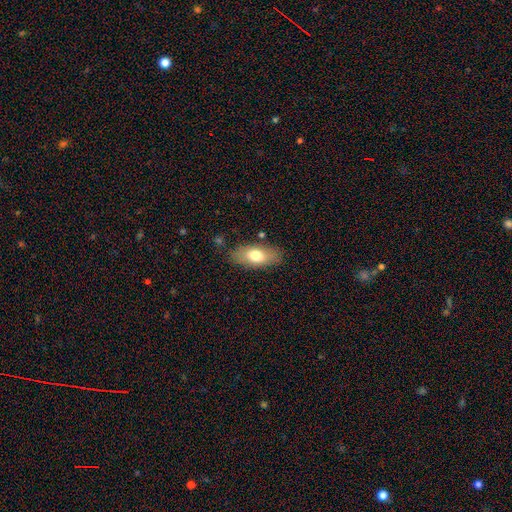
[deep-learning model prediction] Smooth or featured? smooth (71%)
How rounded? in between (84%)
Merging? none (83%)